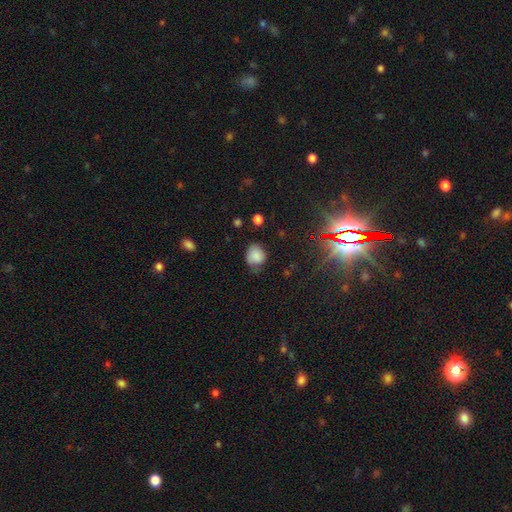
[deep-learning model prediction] smooth-or-featured: smooth: 81% | star or artifact: 11% | featured or disk: 7%
  how-rounded: round: 66% | in between: 33% | cigar-shaped: 1%
  merging: none: 58% | minor disturbance: 31% | major disturbance: 8% | merger: 3%